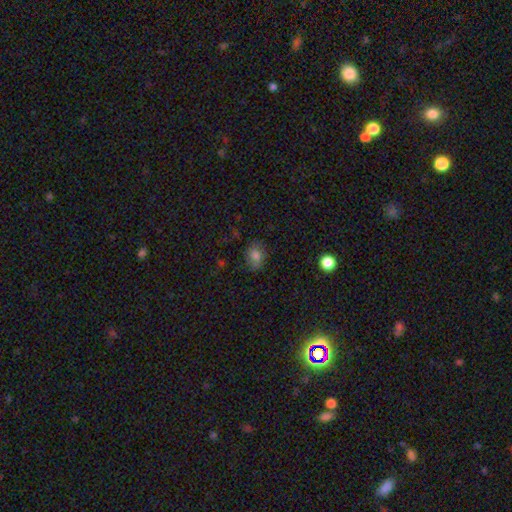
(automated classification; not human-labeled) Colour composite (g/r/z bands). It shows a smooth galaxy with no disk features (75%) that is in between round and cigar-shaped (63%). Merging: none (76%).